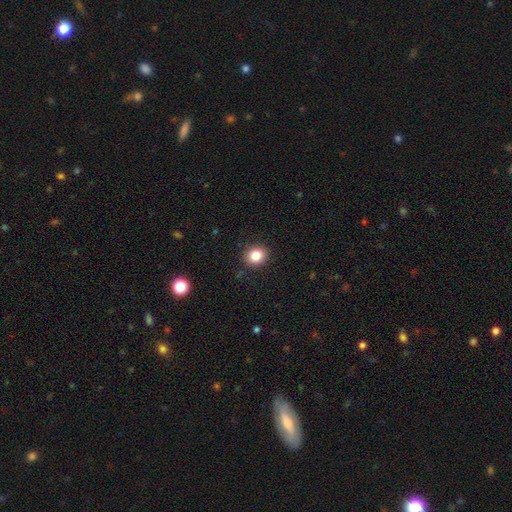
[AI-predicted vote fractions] smooth_or_featured: smooth (p=0.84) [alt: star or artifact p=0.10]
how_rounded: round (p=0.70) [alt: in between p=0.29]
merging: none (p=0.90) [alt: minor disturbance p=0.07]